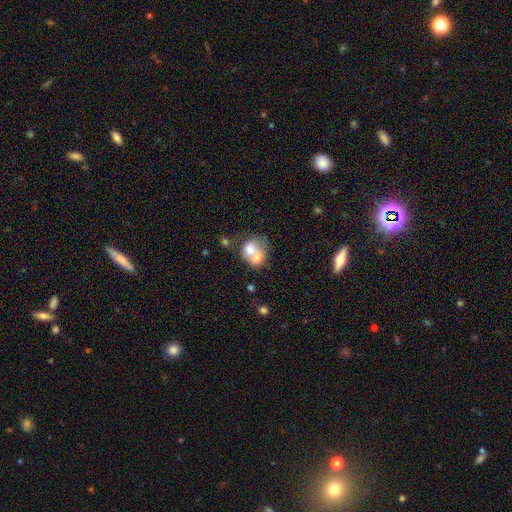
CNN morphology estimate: This is likely a smooth galaxy (62%). How rounded: likely round (60%). Merging: likely merger (72%).